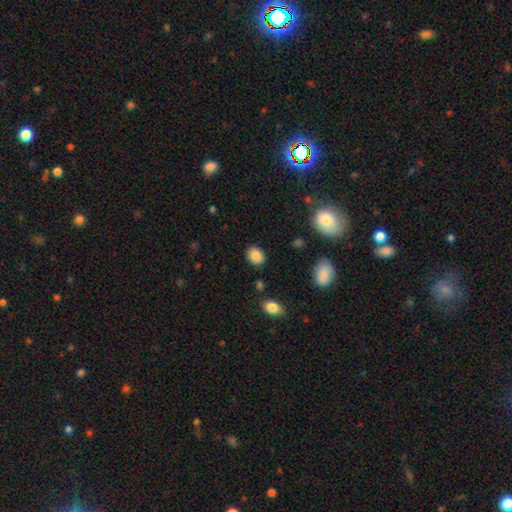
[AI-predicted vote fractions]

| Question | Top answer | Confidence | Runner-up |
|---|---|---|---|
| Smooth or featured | smooth | 87% | star or artifact (9%) |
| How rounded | in between | 57% | round (42%) |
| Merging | none | 85% | minor disturbance (10%) |